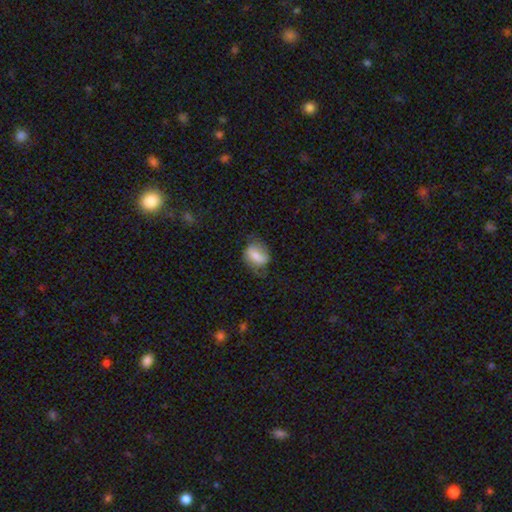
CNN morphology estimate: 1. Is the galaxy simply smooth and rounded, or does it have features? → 64% smooth, 29% featured or disk, 8% star or artifact.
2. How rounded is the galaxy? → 67% in between, 32% round, 2% cigar-shaped.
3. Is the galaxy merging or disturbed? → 56% none, 28% minor disturbance, 15% major disturbance, 2% merger.